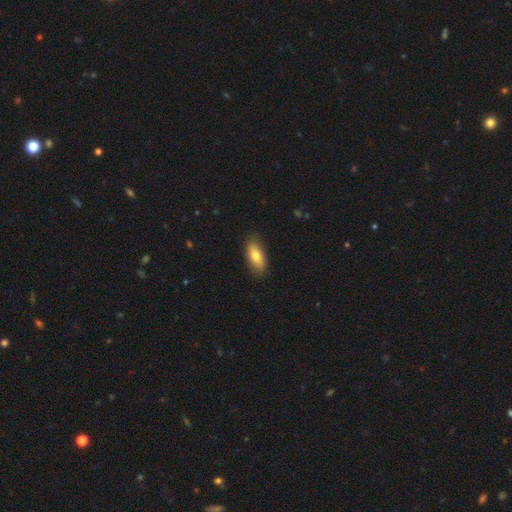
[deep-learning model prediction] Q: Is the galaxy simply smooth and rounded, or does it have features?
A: smooth — 76%.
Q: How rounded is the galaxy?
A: in between — 83%.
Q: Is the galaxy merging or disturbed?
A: none — 84%.